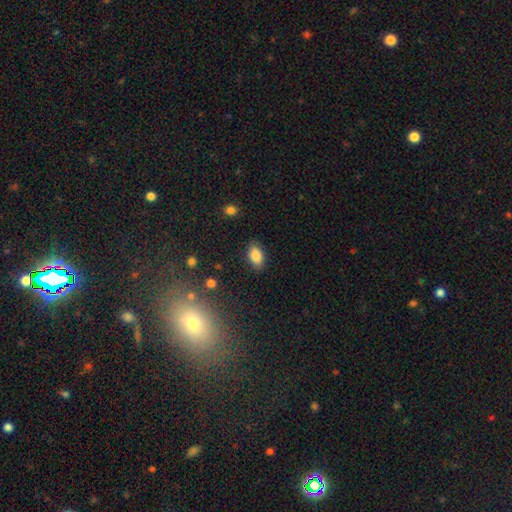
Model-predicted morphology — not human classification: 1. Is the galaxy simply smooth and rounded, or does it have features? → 85% smooth, 9% star or artifact, 6% featured or disk.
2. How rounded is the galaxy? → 90% in between, 7% round, 3% cigar-shaped.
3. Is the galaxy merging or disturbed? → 85% none, 11% minor disturbance, 3% major disturbance, 1% merger.